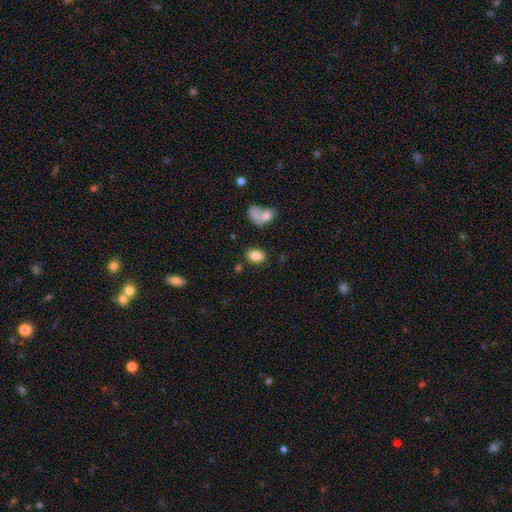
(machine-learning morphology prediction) smooth_or_featured: smooth (p=0.83) [alt: star or artifact p=0.09]
how_rounded: in between (p=0.84) [alt: round p=0.15]
merging: none (p=0.75) [alt: minor disturbance p=0.11]